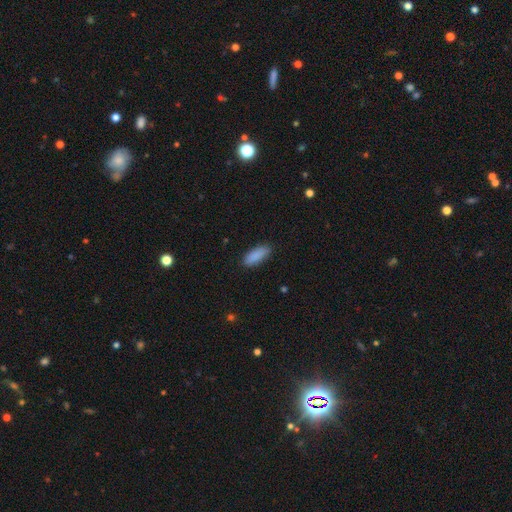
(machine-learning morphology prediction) A smooth galaxy with no disk features (89%) that is in between round and cigar-shaped (68%). Merging: none (85%).